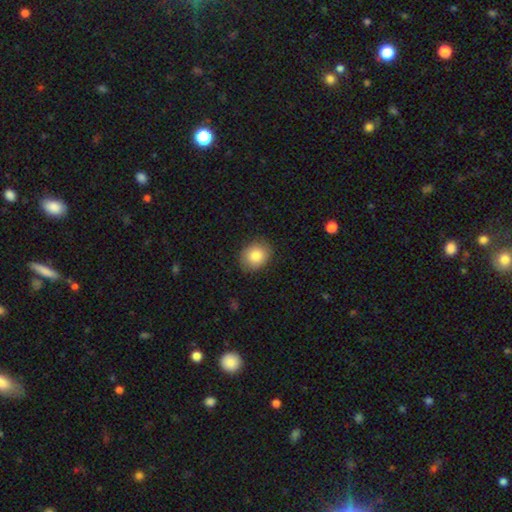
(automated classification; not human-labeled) Smooth or featured? Predicted: smooth (p=0.84). How rounded? Predicted: round (p=0.61). Merging? Predicted: none (p=0.86).